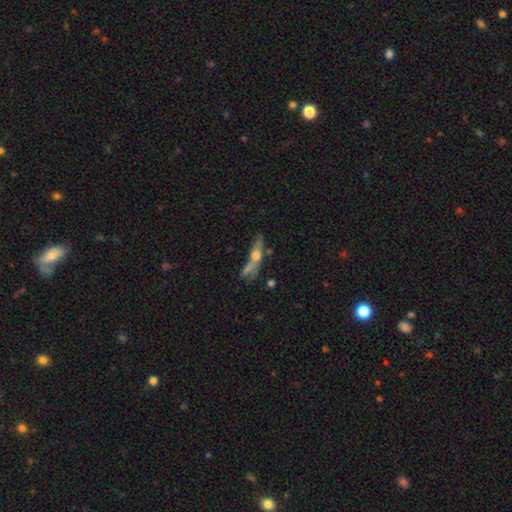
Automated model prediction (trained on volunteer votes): Smooth or featured? featured or disk (57%)
Edge-on disk? yes (74%)
Merging? none (50%)